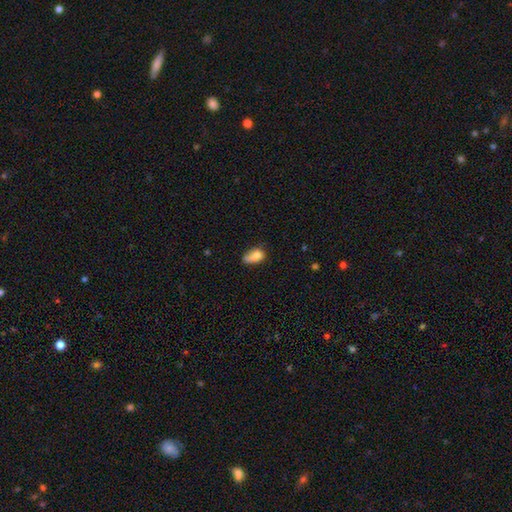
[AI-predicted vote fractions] Q: Smooth or featured?
A: smooth (76%); runner-up: featured or disk (15%)
Q: How rounded?
A: in between (84%); runner-up: round (13%)
Q: Merging?
A: minor disturbance (38%); runner-up: none (33%)